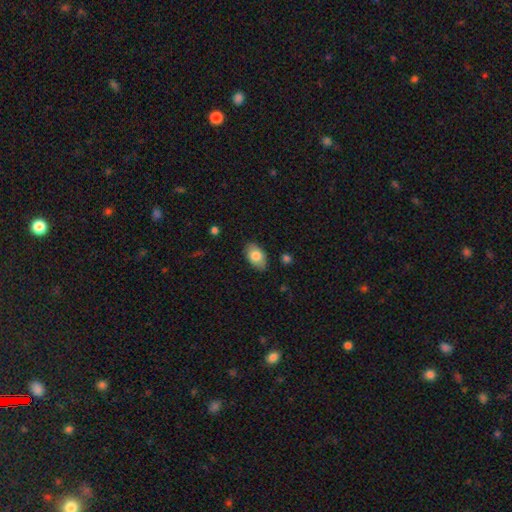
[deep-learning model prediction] A smooth galaxy with no disk features (81%) that is in between round and cigar-shaped (91%). Merging: none (83%).